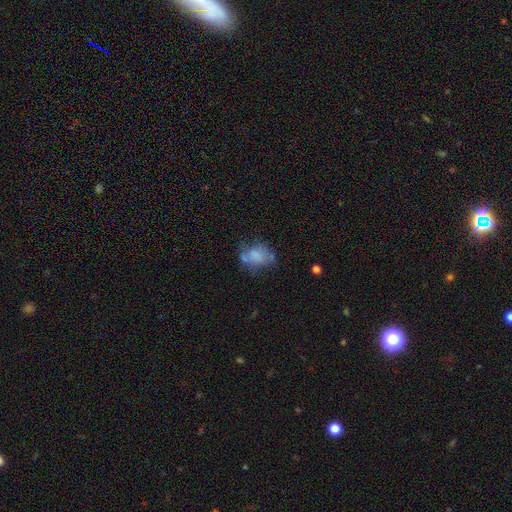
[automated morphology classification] This appears to be a smooth galaxy with no disk features (59%) that is in between round and cigar-shaped (67%). Merging: none (40%).